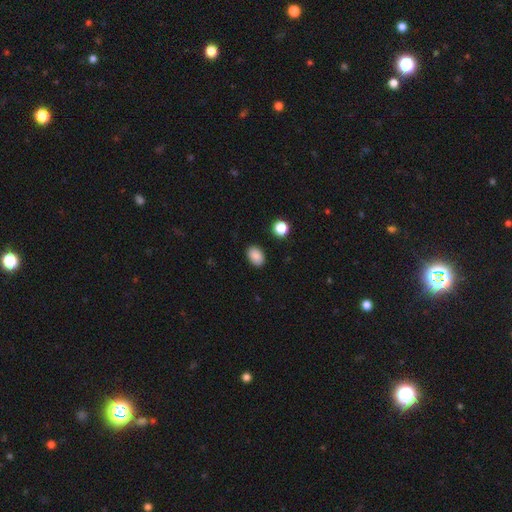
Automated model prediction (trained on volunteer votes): Smooth or featured: smooth — 88% (star or artifact — 8%)
How rounded: in between — 84% (round — 15%)
Merging: none — 89% (minor disturbance — 7%)